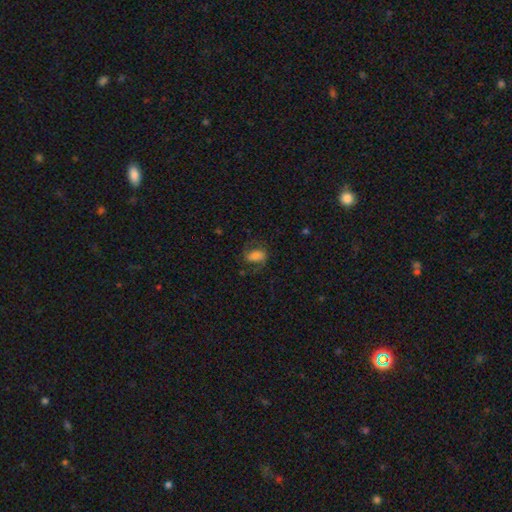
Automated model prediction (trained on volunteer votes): Smooth or featured?
  - featured or disk: 50% *
  - smooth: 41%
  - star or artifact: 10%
Merging?
  - none: 65% *
  - minor disturbance: 19%
  - major disturbance: 15%
  - merger: 1%